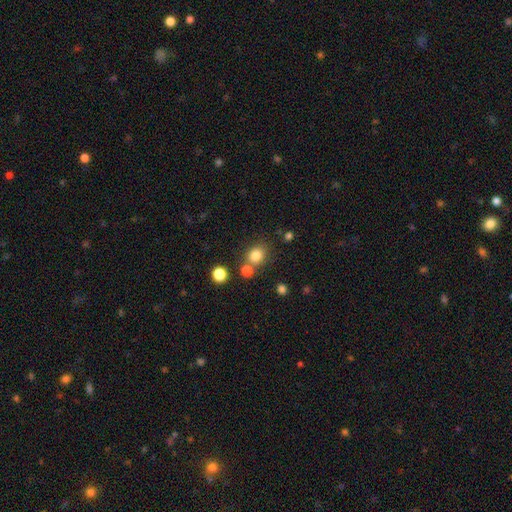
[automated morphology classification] The model was most divided on "how rounded": round: 72%, in between: 27%, cigar-shaped: 1%. More confident: smooth or featured — smooth (81%); merging — none (70%).